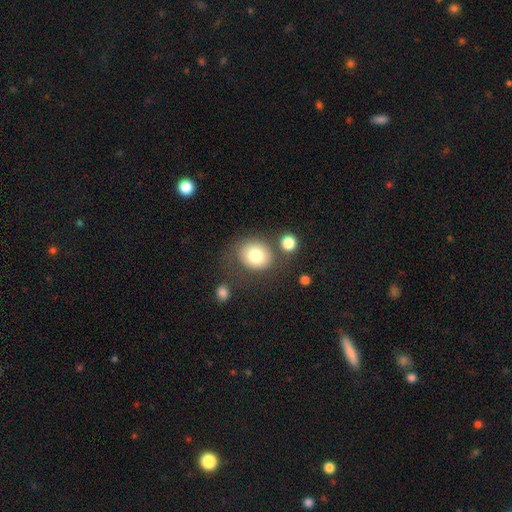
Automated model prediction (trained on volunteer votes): A smooth galaxy with no disk features (78%) that is round (75%).

Vote fractions:
- Smooth or featured? smooth: 78% / featured or disk: 13% / star or artifact: 9%
- How rounded? round: 75% / in between: 24% / cigar-shaped: 1%
- Merging? none: 66% / minor disturbance: 15% / merger: 11% / major disturbance: 8%